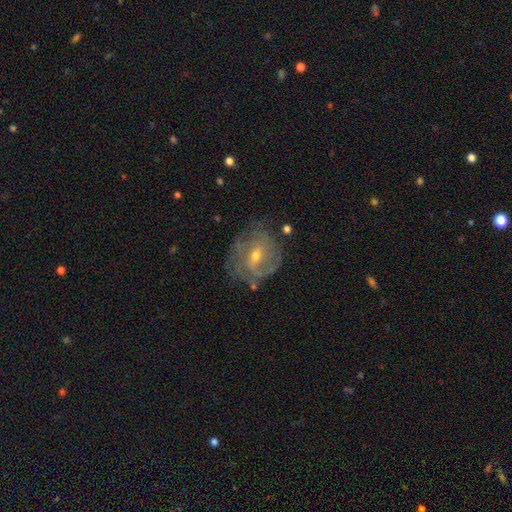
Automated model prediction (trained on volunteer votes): A featured or disk galaxy (79%) with a weak bar (45%), tight (52%) spiral arms (85%) and a small central bulge (53%). Merging: none (65%).